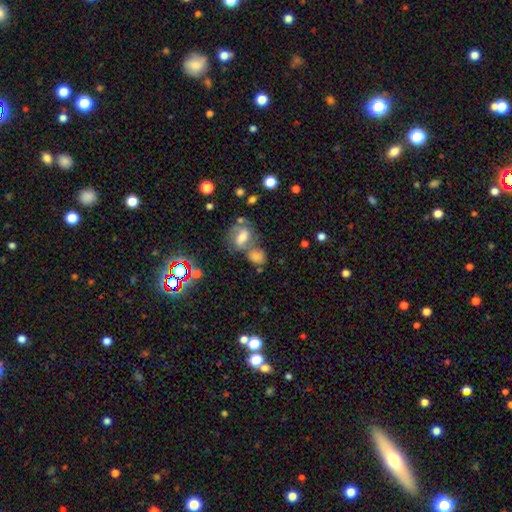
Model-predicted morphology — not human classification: Overall: smooth (64%). How rounded: in between (60%; round 38%). Merging: merger (41%; none 38%).